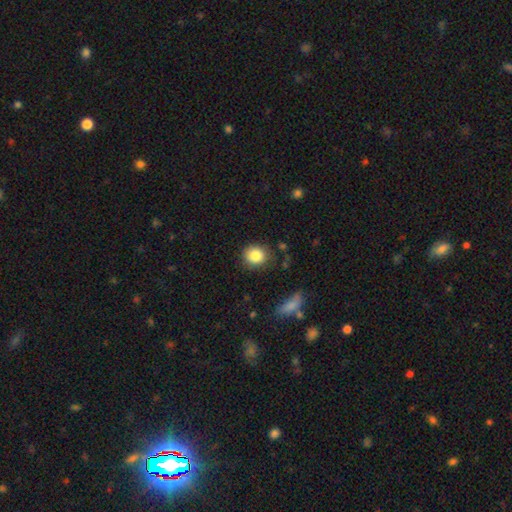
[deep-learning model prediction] Smooth or featured? smooth (85%)
How rounded? round (80%)
Merging? none (82%)